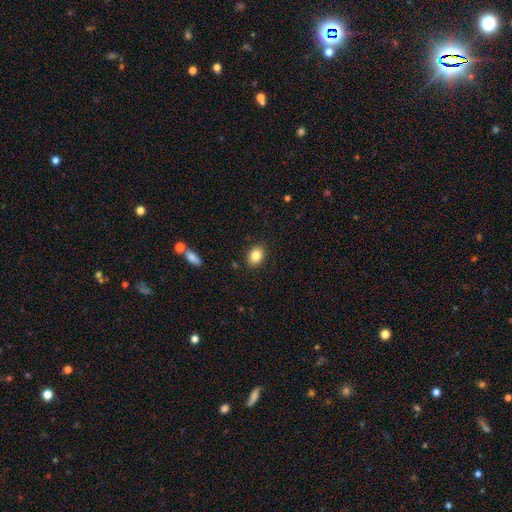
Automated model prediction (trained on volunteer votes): smooth 84%, star or artifact 8%, featured or disk 8%. Down the decision tree: how rounded — in between (73%); merging — none (88%).